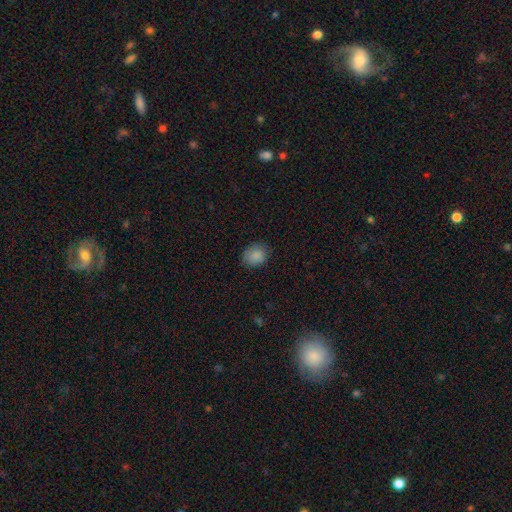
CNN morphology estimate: type=smooth (86%); roundness=round (62%); merging=none (80%).